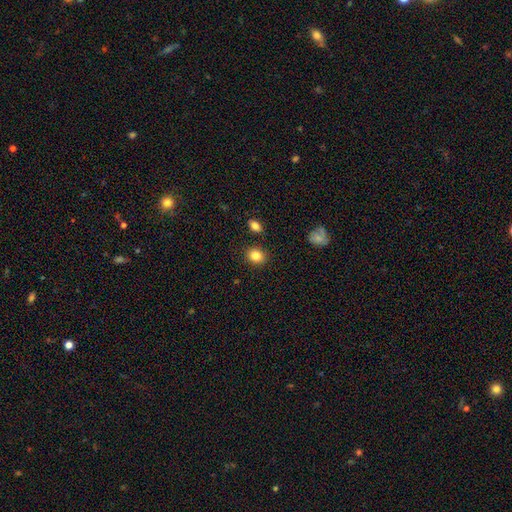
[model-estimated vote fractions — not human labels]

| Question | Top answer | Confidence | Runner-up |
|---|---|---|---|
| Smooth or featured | smooth | 85% | star or artifact (10%) |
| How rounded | round | 63% | in between (36%) |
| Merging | none | 87% | minor disturbance (8%) |